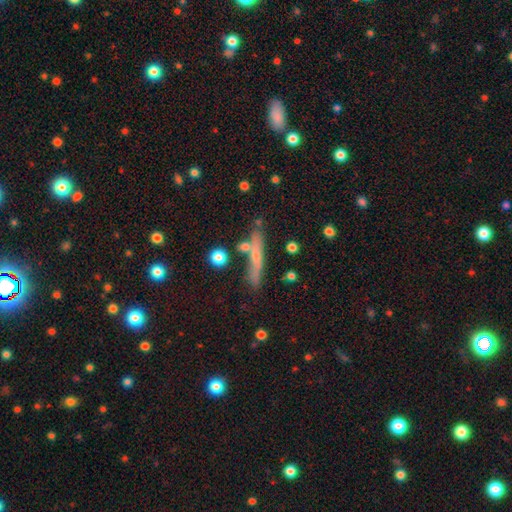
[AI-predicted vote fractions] featured or disk 48%, smooth 42%, star or artifact 10%. Down the decision tree: merging — none (77%).